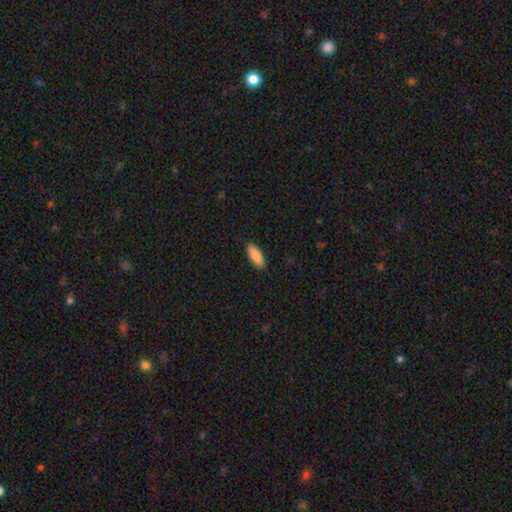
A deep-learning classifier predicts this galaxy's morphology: This is clearly a smooth galaxy (87%). How rounded: likely in between (74%). Merging: clearly none (89%).